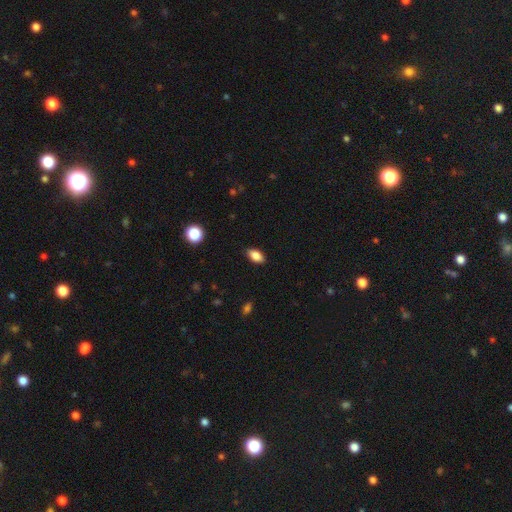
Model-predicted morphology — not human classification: Q: Smooth or featured?
A: smooth (84%); runner-up: featured or disk (8%)
Q: How rounded?
A: in between (89%); runner-up: cigar-shaped (6%)
Q: Merging?
A: none (85%); runner-up: minor disturbance (12%)